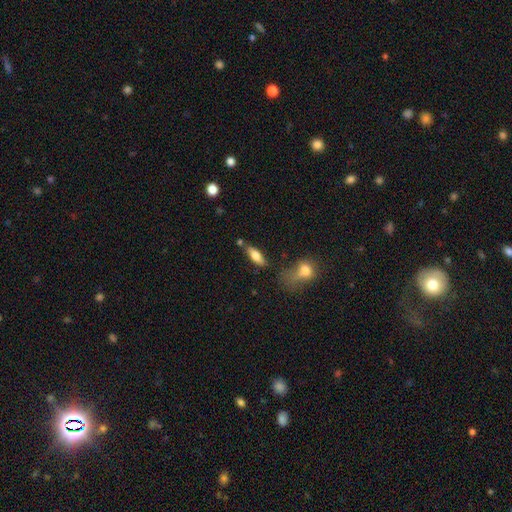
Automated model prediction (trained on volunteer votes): smooth_or_featured: smooth (p=0.71) [alt: featured or disk p=0.21]
how_rounded: in between (p=0.68) [alt: cigar-shaped p=0.29]
merging: none (p=0.65) [alt: minor disturbance p=0.16]